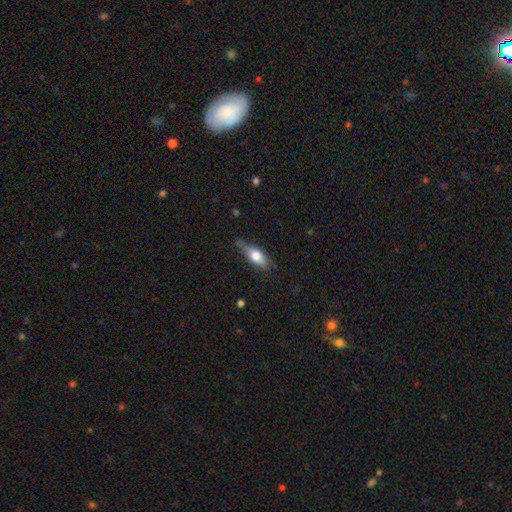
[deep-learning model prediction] Smooth or featured? Predicted: smooth (p=0.64). How rounded? Predicted: in between (p=0.65). Merging? Predicted: none (p=0.53).